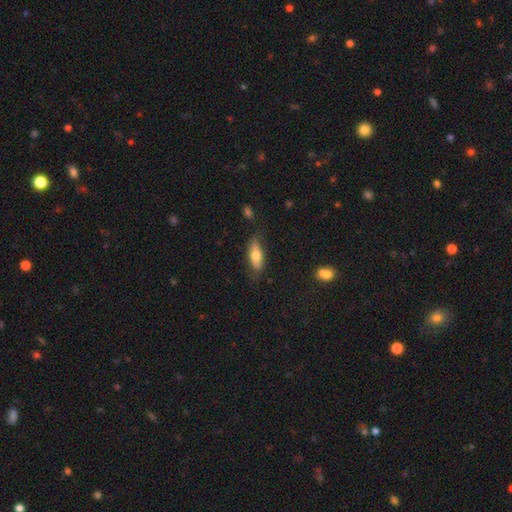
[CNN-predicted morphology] A smooth galaxy with no disk features (65%) that is in between round and cigar-shaped (70%). Merging: none (71%).